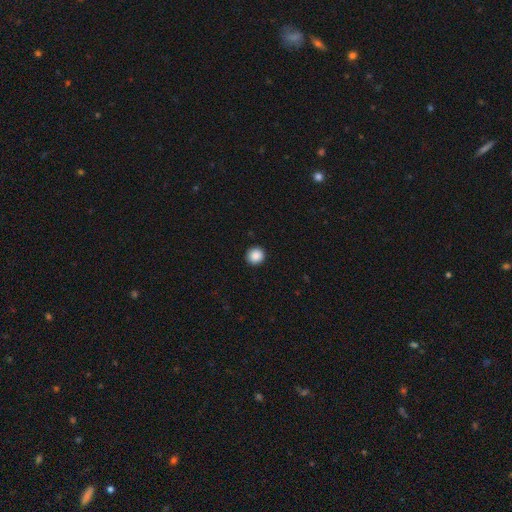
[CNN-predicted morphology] Q: Smooth or featured?
A: smooth (89%); runner-up: star or artifact (9%)
Q: How rounded?
A: round (94%); runner-up: in between (5%)
Q: Merging?
A: none (93%); runner-up: minor disturbance (5%)